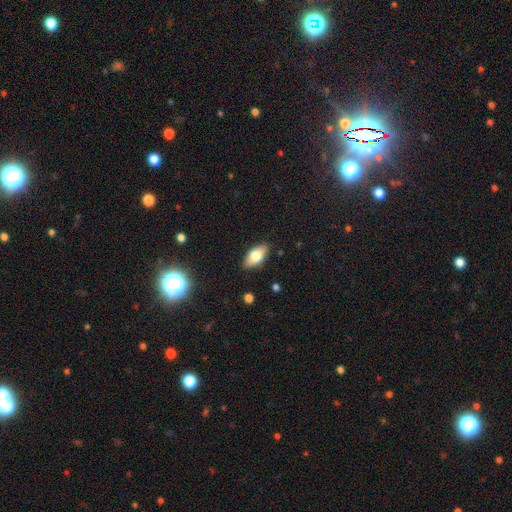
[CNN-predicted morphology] Smooth or featured?
  - smooth: 73% *
  - featured or disk: 20%
  - star or artifact: 8%
How rounded?
  - in between: 89% *
  - cigar-shaped: 7%
  - round: 4%
Merging?
  - none: 87% *
  - minor disturbance: 10%
  - major disturbance: 2%
  - merger: 1%